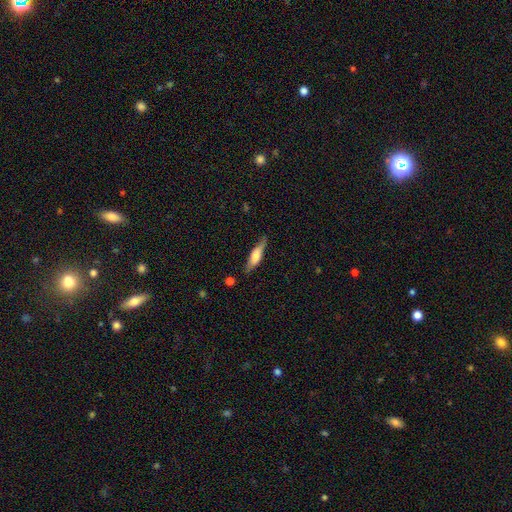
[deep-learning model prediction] This appears to be a smooth galaxy with no disk features (55%) that is cigar-shaped (73%). Merging: none (79%).